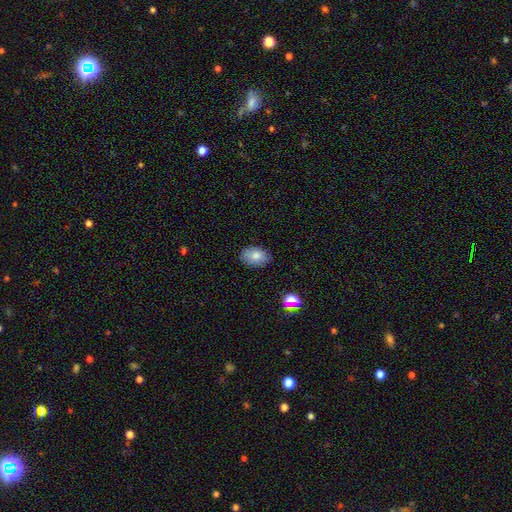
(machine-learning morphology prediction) Smooth or featured? smooth (81%)
How rounded? in between (85%)
Merging? none (84%)